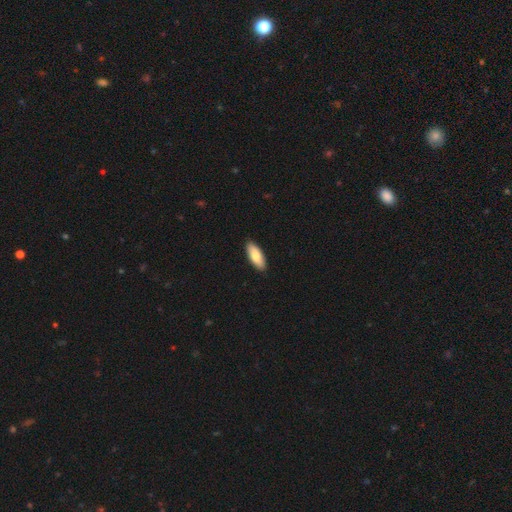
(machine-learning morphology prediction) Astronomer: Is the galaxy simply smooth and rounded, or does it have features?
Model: smooth — 81%.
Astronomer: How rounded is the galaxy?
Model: in between — 78%.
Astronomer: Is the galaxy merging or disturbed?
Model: none — 90%.